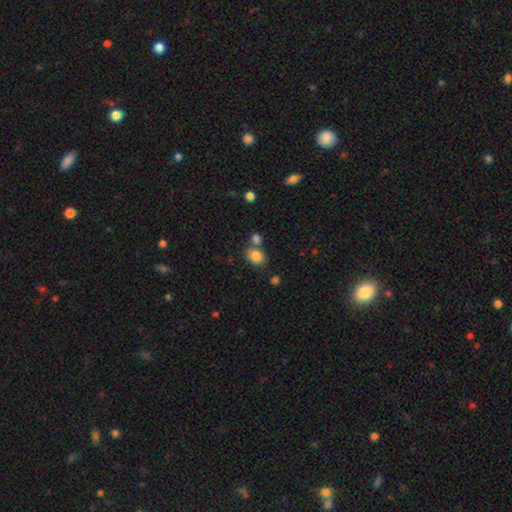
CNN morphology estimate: smooth_or_featured: smooth (p=0.84) [alt: star or artifact p=0.10]
how_rounded: in between (p=0.68) [alt: round p=0.31]
merging: none (p=0.66) [alt: merger p=0.19]